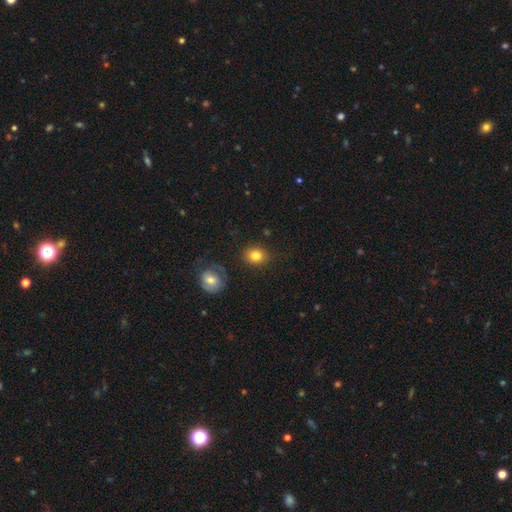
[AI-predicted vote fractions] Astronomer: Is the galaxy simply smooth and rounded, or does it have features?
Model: smooth — 83%.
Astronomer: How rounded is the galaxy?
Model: round — 63%.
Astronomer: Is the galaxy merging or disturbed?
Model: none — 84%.